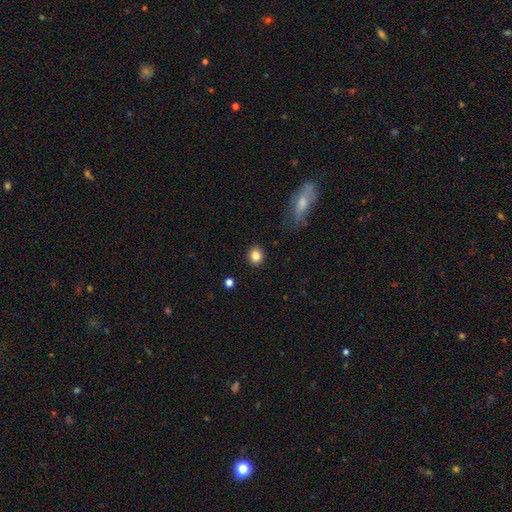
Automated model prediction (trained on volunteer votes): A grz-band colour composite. It shows a smooth galaxy with no disk features (84%) that is round (80%). Merging: none (90%).